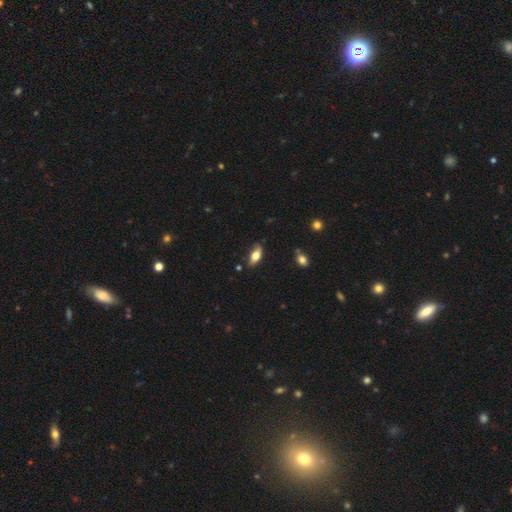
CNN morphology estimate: smooth-or-featured: smooth: 68% | featured or disk: 25% | star or artifact: 7%
  how-rounded: in between: 81% | cigar-shaped: 16% | round: 3%
  merging: none: 76% | minor disturbance: 18% | major disturbance: 3% | merger: 2%